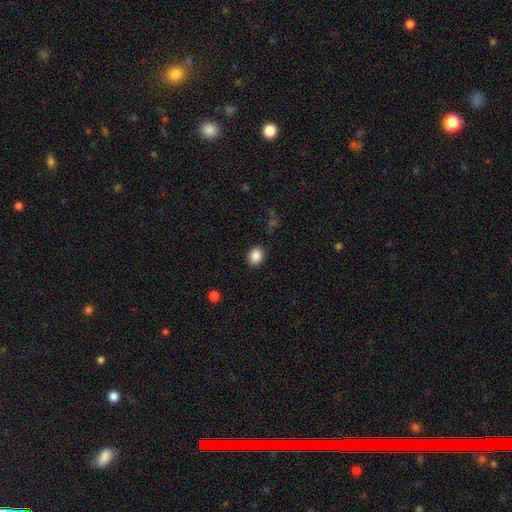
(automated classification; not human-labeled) This is clearly a smooth galaxy (88%). How rounded: possibly round (56%). Merging: clearly none (88%).